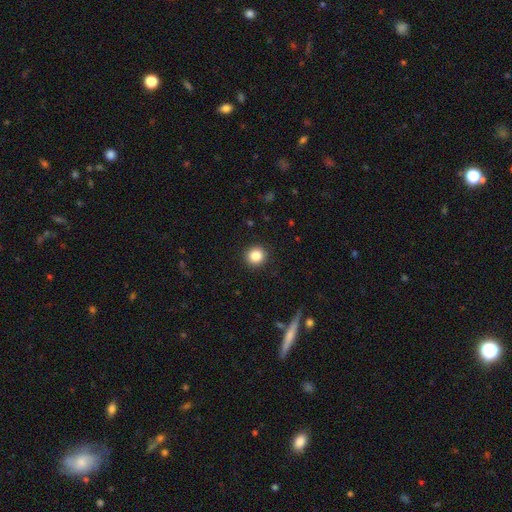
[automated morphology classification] smooth 85%, star or artifact 10%, featured or disk 4%. Down the decision tree: how rounded — round (92%); merging — none (92%).